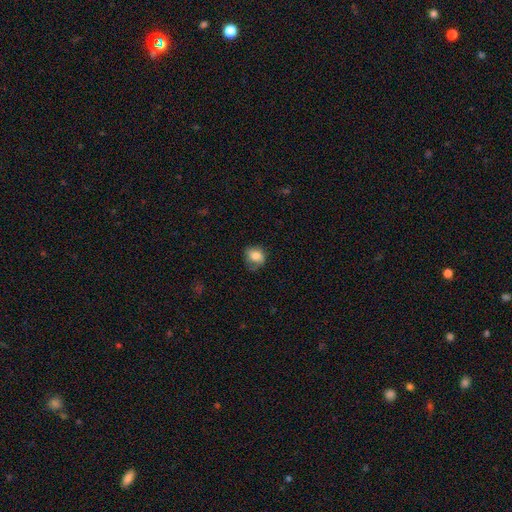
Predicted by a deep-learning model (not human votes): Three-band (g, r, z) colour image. It shows a smooth galaxy with no disk features (79%) that is round (58%). Merging: none (52%).